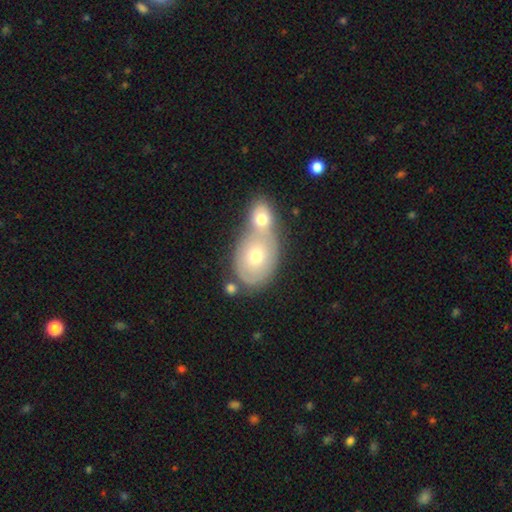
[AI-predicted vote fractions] Morphology: type=smooth (54%); roundness=in between (63%); merging=merger (64%).